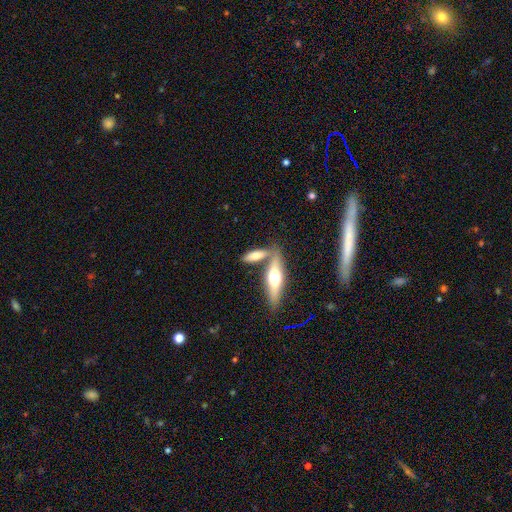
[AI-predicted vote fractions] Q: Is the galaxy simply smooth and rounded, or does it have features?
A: smooth — 62%.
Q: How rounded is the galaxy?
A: cigar-shaped — 53%.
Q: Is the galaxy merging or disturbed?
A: none — 52%.